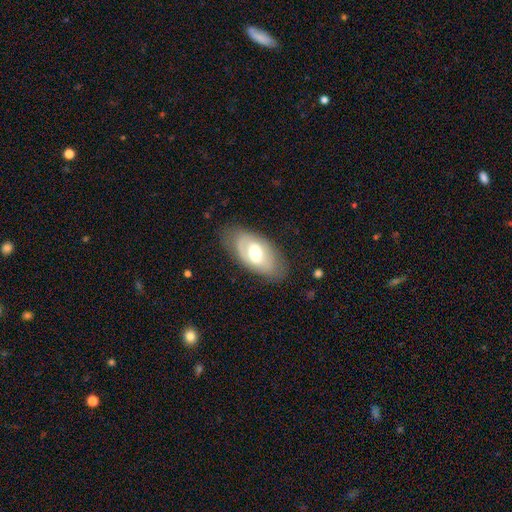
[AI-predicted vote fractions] smooth_or_featured: featured or disk (p=0.50) [alt: smooth p=0.44]
merging: none (p=0.76) [alt: minor disturbance p=0.17]